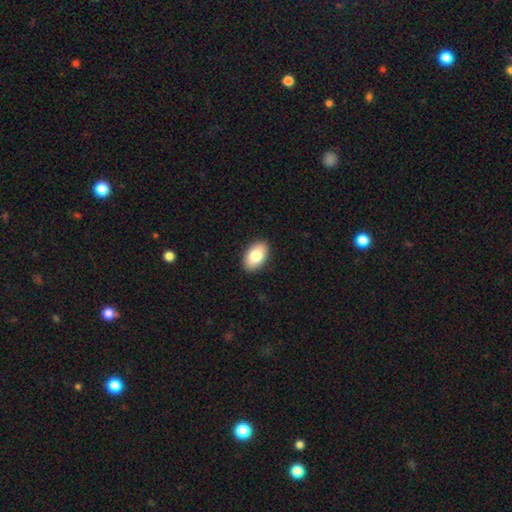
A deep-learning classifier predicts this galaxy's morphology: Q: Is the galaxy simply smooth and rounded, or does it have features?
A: smooth — 82%.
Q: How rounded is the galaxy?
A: in between — 93%.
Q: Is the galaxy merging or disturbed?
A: none — 90%.